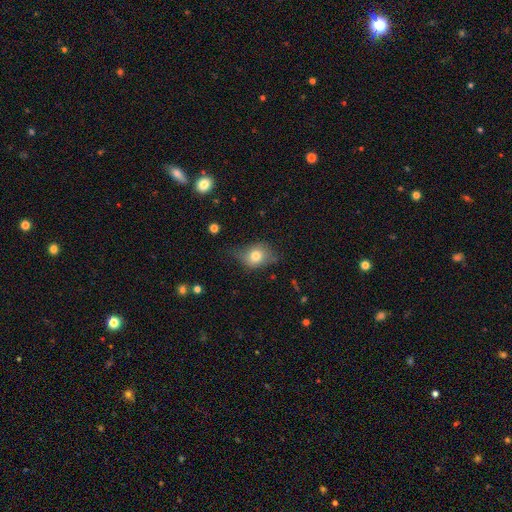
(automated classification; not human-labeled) Overall: smooth (72%). How rounded: in between (53%; round 46%). Merging: none (50%; minor disturbance 34%).